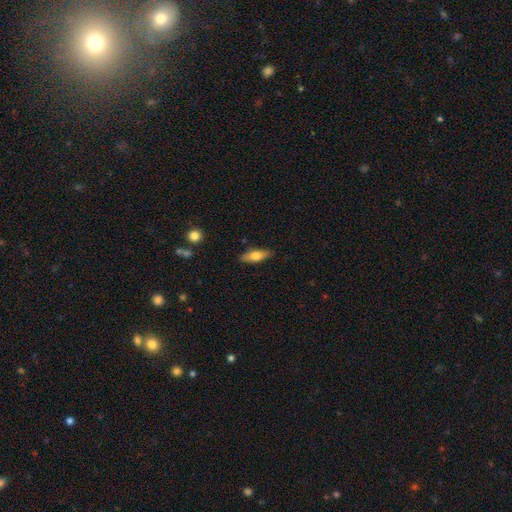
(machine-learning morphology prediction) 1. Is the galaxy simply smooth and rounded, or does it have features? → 69% smooth, 24% featured or disk, 6% star or artifact.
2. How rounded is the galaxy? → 68% in between, 29% cigar-shaped, 3% round.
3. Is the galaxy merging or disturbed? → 85% none, 12% minor disturbance, 2% major disturbance, 1% merger.